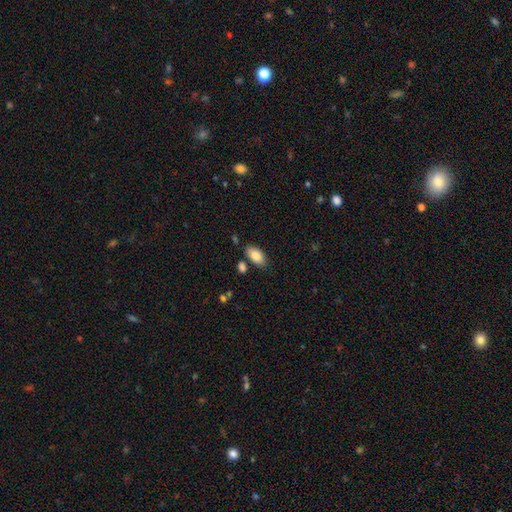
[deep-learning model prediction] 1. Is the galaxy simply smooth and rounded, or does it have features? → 86% smooth, 7% featured or disk, 7% star or artifact.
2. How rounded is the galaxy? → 93% in between, 4% cigar-shaped, 3% round.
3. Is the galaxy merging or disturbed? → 77% none, 13% minor disturbance, 7% merger, 3% major disturbance.